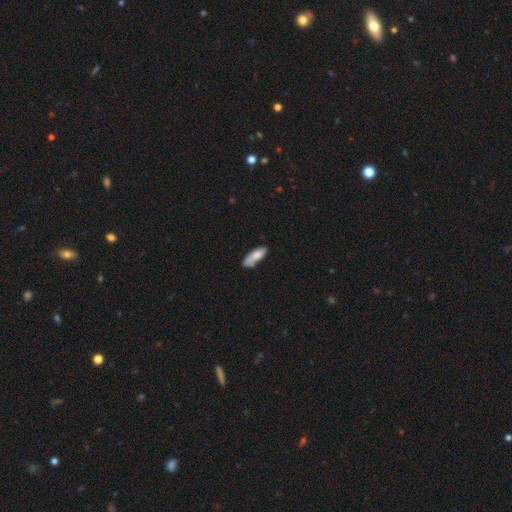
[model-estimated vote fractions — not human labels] The model was most divided on "how rounded": in between: 56%, cigar-shaped: 42%, round: 2%. More confident: smooth or featured — smooth (76%); merging — none (56%).